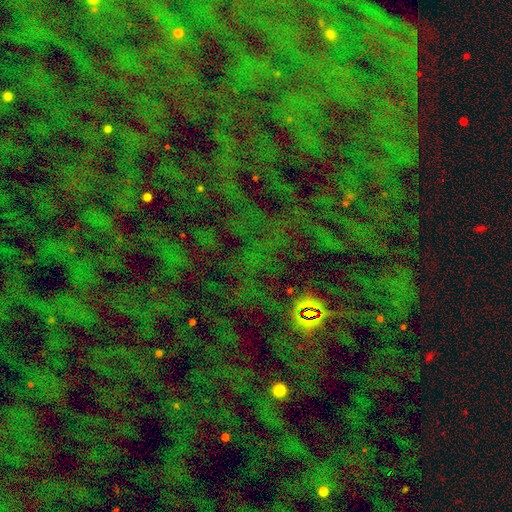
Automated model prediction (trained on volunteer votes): Smooth or featured? Predicted: star or artifact (p=0.77).